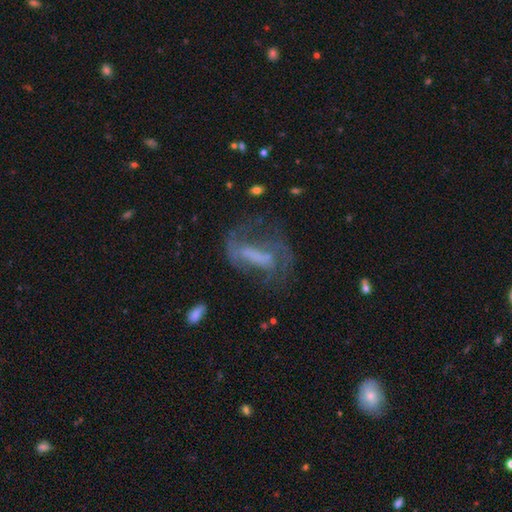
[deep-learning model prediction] Q: Smooth or featured?
A: featured or disk (65%); runner-up: smooth (21%)
Q: Edge-on disk?
A: no (91%); runner-up: yes (9%)
Q: Bar?
A: strong (46%); runner-up: weak (31%)
Q: Spiral arms?
A: yes (70%); runner-up: no (30%)
Q: Bulge size?
A: none (50%); runner-up: moderate (19%)
Q: Merging?
A: none (47%); runner-up: major disturbance (31%)